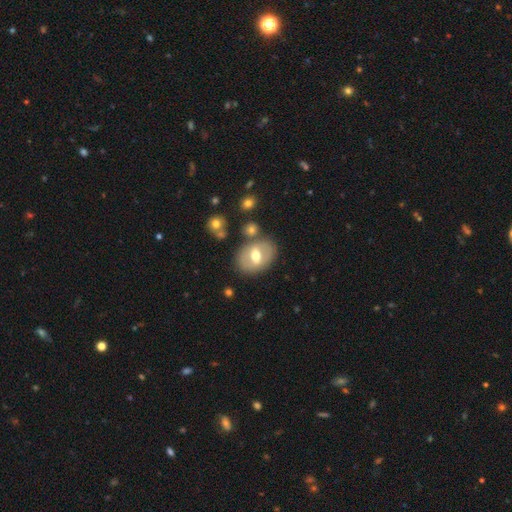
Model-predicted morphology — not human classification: smooth 47%, featured or disk 45%, star or artifact 7%. Down the decision tree: merging — none (74%).